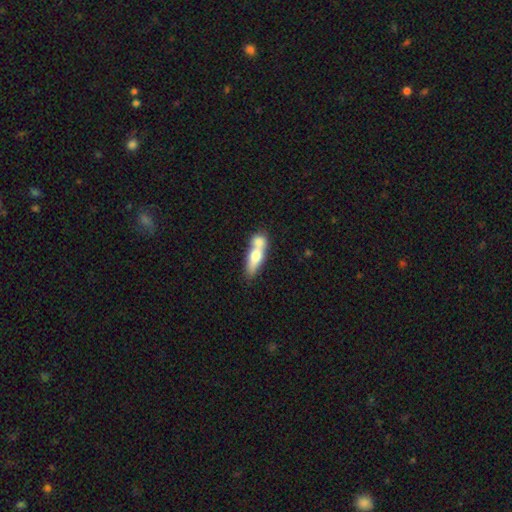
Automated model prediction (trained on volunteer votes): Smooth or featured? smooth (62%)
How rounded? in between (50%)
Merging? merger (60%)